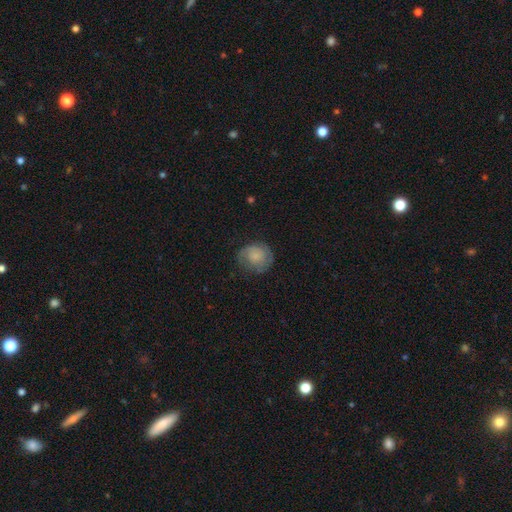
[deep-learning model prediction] smooth_or_featured: smooth (p=0.53) [alt: featured or disk p=0.39]
how_rounded: round (p=0.76) [alt: in between p=0.23]
merging: none (p=0.67) [alt: minor disturbance p=0.22]